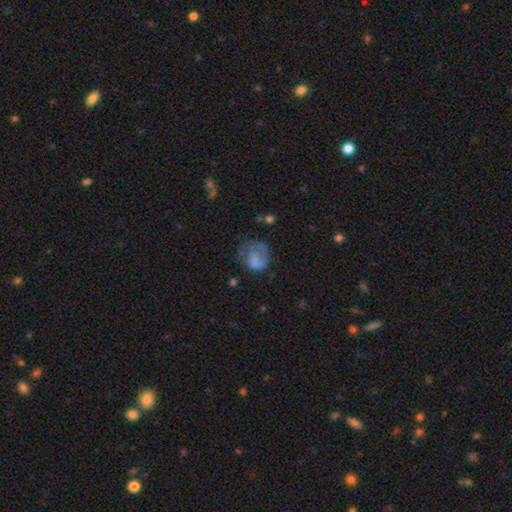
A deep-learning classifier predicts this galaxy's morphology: Overall: smooth (55%; featured or disk 33%). How rounded: round (63%; in between 36%). Merging: none (37%; major disturbance 35%).